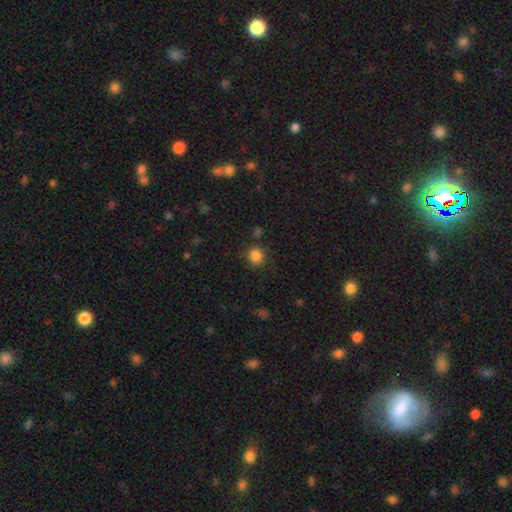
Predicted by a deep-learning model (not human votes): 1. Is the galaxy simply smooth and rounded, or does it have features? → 85% smooth, 12% star or artifact, 3% featured or disk.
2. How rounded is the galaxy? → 87% round, 12% in between, 1% cigar-shaped.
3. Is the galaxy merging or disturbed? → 83% none, 10% minor disturbance, 4% major disturbance, 3% merger.